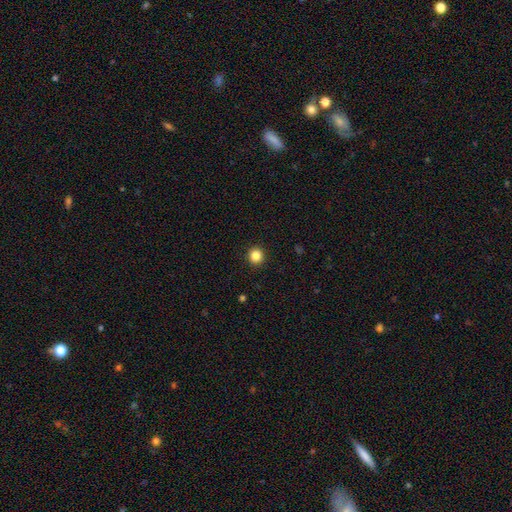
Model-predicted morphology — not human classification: A smooth galaxy with no disk features (84%) that is round (93%).

Vote fractions:
- Smooth or featured? smooth: 84% / star or artifact: 12% / featured or disk: 4%
- How rounded? round: 93% / in between: 6% / cigar-shaped: 1%
- Merging? none: 93% / minor disturbance: 4% / major disturbance: 2% / merger: 1%